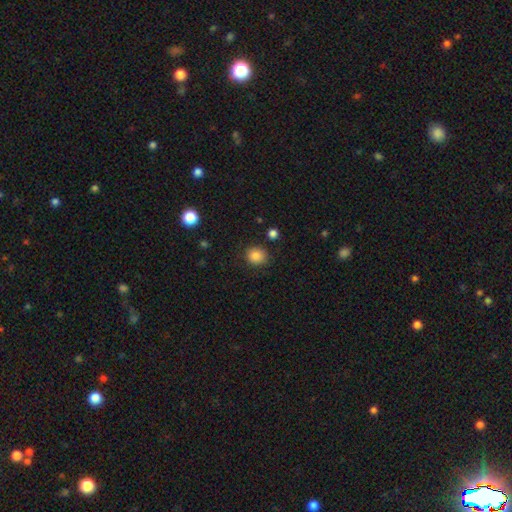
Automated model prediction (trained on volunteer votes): smooth 85%, star or artifact 10%, featured or disk 4%. Down the decision tree: how rounded — round (84%); merging — none (86%).